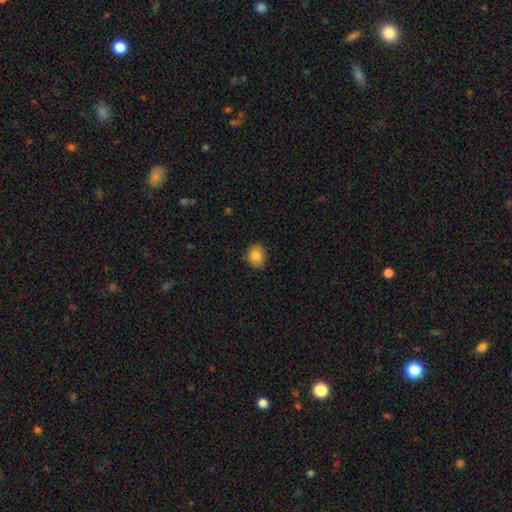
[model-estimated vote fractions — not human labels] Overall: smooth (83%). How rounded: round (56%; in between 43%). Merging: none (84%).